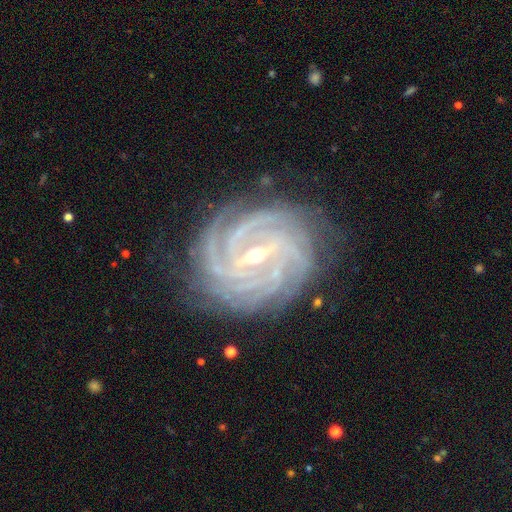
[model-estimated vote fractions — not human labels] smooth-or-featured: featured or disk: 92% | star or artifact: 5% | smooth: 3%
  disk-edge-on: no: 97% | yes: 3%
    bar: strong: 50% | weak: 39% | no: 11%
    has-spiral-arms: yes: 99% | no: 1%
      spiral-winding: tight: 81% | medium: 17% | loose: 2%
      spiral-arm-count: 4: 37% | more than 4: 26% | 3: 12% | can't tell: 12% | 2: 7% | 1: 6%
    bulge-size: small: 55% | moderate: 42% | large: 1% | none: 1% | dominant: 1%
  merging: none: 81% | minor disturbance: 14% | major disturbance: 4% | merger: 1%